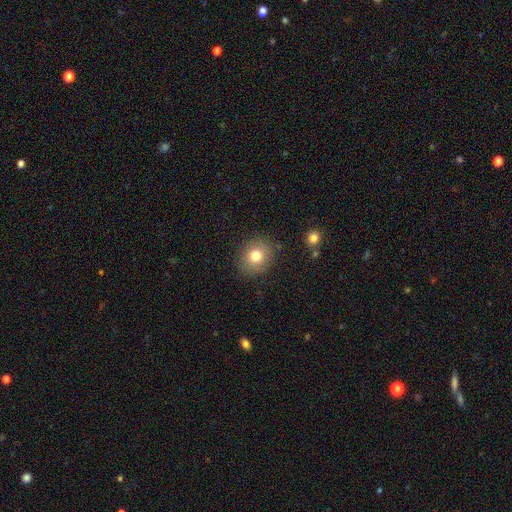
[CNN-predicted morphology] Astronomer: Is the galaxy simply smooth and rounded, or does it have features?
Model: smooth — 77%.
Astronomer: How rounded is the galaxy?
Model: round — 74%.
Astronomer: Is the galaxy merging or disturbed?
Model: none — 85%.